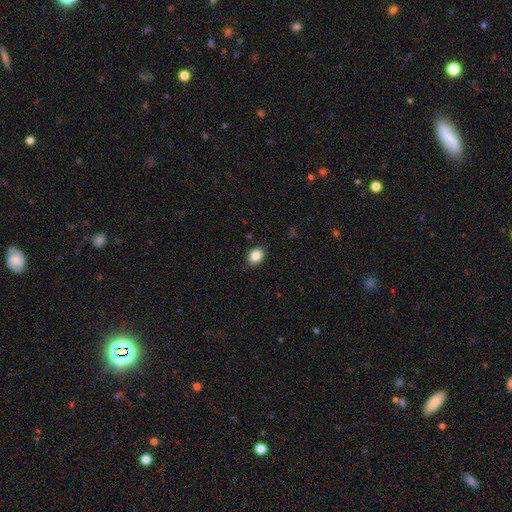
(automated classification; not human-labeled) This appears to be a smooth galaxy with no disk features (86%) that is in between round and cigar-shaped (73%). Merging: none (88%).